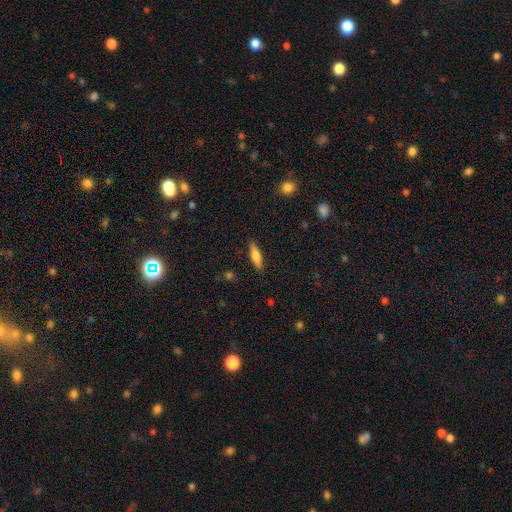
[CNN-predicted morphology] This appears to be a smooth galaxy with no disk features (70%) that is cigar-shaped (66%). Merging: none (88%).